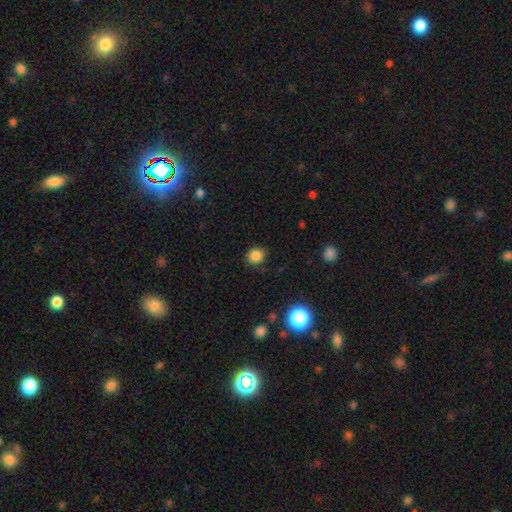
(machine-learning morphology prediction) The model was most divided on "how rounded": round: 81%, in between: 18%, cigar-shaped: 1%. More confident: merging — none (88%); smooth or featured — smooth (84%).